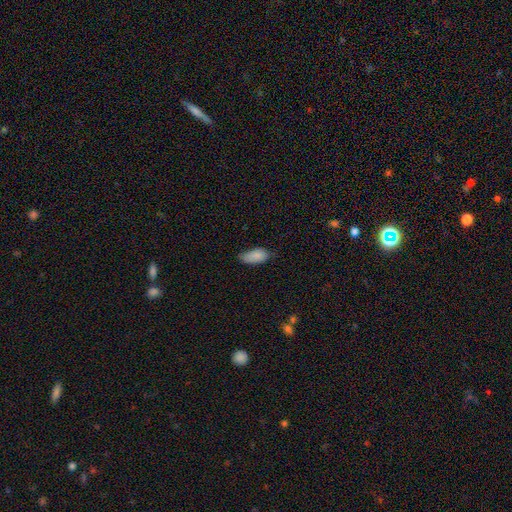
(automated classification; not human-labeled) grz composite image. It shows a smooth galaxy with no disk features (87%) that is in between round and cigar-shaped (90%). Merging: none (60%).